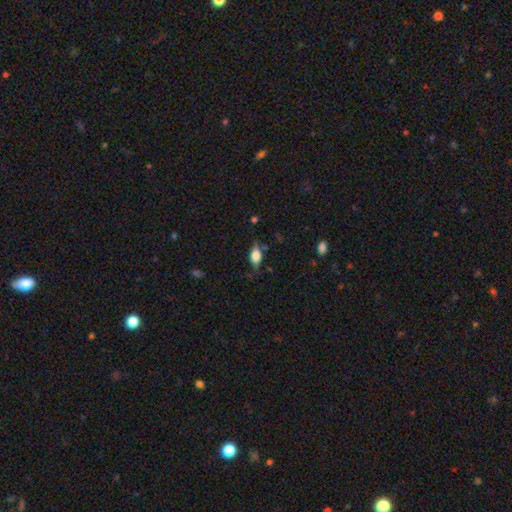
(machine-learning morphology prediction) smooth-or-featured: smooth: 60% | featured or disk: 31% | star or artifact: 9%
  how-rounded: in between: 81% | cigar-shaped: 12% | round: 7%
  merging: none: 67% | minor disturbance: 23% | major disturbance: 7% | merger: 2%